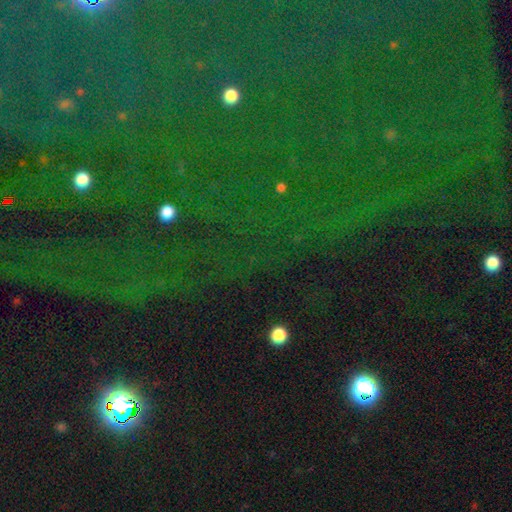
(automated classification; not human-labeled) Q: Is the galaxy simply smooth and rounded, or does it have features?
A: star or artifact — 80%.